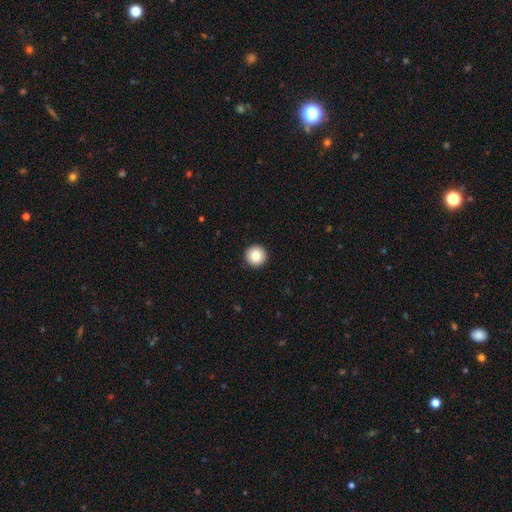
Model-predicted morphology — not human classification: A smooth galaxy with no disk features (84%) that is round (96%). Merging: none (94%).